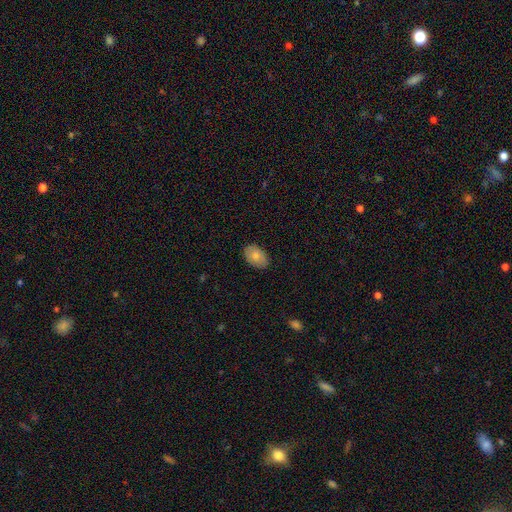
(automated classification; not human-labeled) smooth-or-featured: smooth: 75% | featured or disk: 18% | star or artifact: 7%
  how-rounded: in between: 87% | round: 12% | cigar-shaped: 1%
  merging: none: 85% | minor disturbance: 12% | major disturbance: 2% | merger: 1%